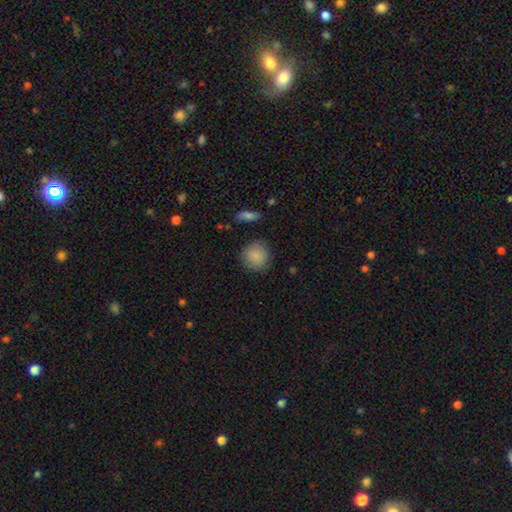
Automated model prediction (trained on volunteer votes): This is clearly a smooth galaxy (87%). How rounded: clearly round (90%). Merging: clearly none (83%).